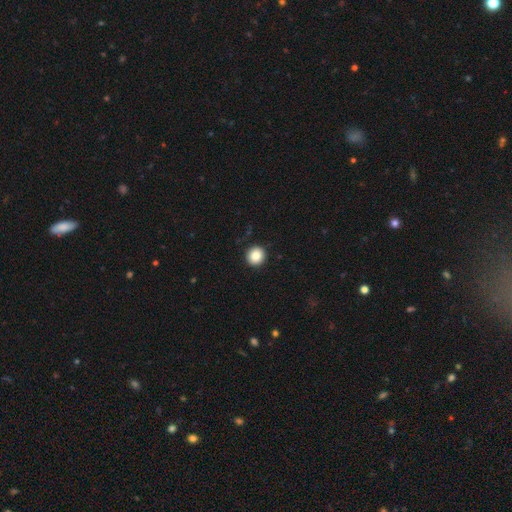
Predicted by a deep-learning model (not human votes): Smooth or featured? smooth (86%)
How rounded? round (94%)
Merging? none (92%)